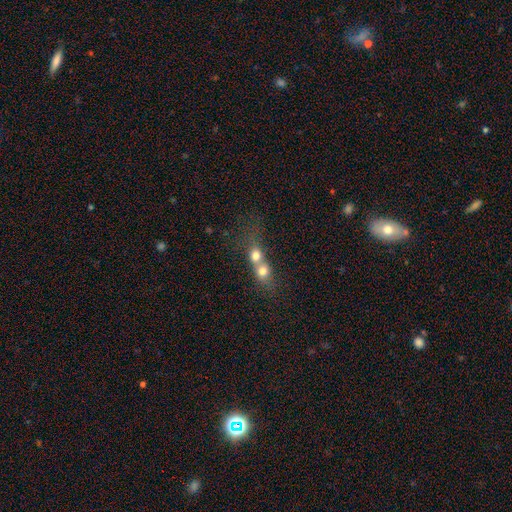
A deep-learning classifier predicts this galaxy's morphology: type=smooth (69%); roundness=round (69%); merging=merger (75%).